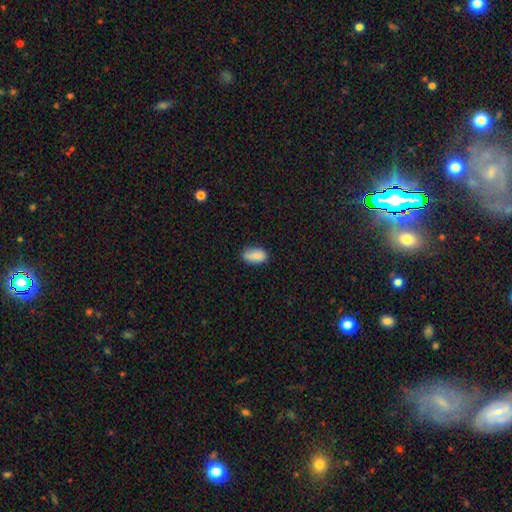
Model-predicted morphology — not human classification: This appears to be a smooth galaxy with no disk features (86%) that is in between round and cigar-shaped (91%). Merging: none (77%).